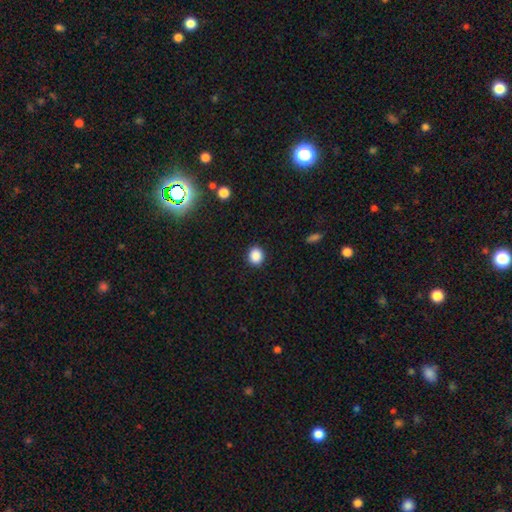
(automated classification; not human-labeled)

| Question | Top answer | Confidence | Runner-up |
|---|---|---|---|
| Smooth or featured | smooth | 88% | star or artifact (9%) |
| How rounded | round | 67% | in between (32%) |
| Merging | none | 90% | minor disturbance (6%) |